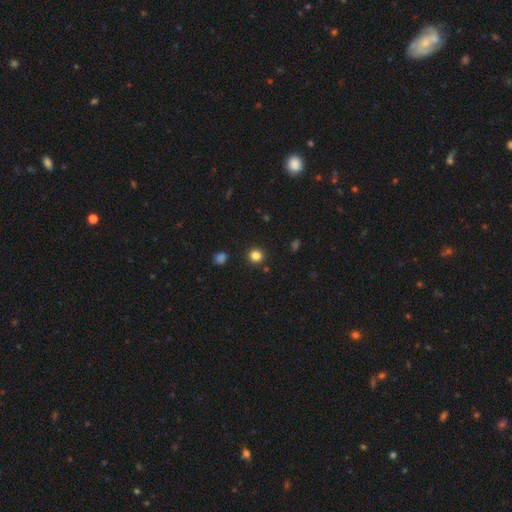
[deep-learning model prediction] Morphology: type=smooth (83%); roundness=round (92%); merging=none (90%).